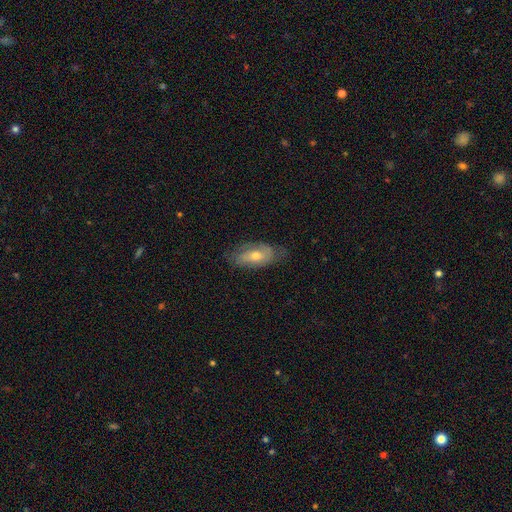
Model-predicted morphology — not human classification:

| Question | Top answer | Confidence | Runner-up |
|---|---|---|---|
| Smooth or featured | featured or disk | 53% | smooth (40%) |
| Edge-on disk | no | 87% | yes (13%) |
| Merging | none | 67% | minor disturbance (24%) |